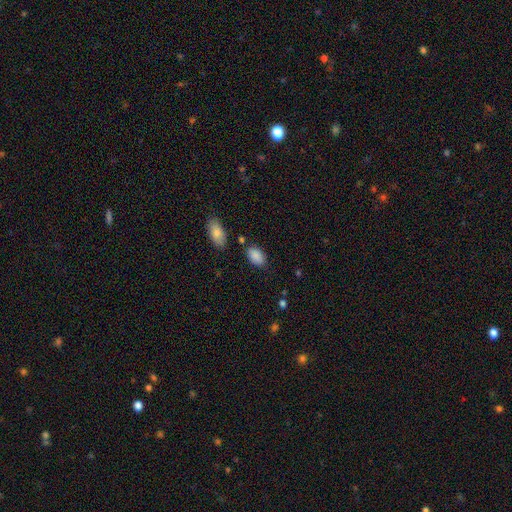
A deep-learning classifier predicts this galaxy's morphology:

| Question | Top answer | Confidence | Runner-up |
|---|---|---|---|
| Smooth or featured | smooth | 88% | star or artifact (7%) |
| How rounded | in between | 92% | round (6%) |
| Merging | none | 79% | minor disturbance (13%) |